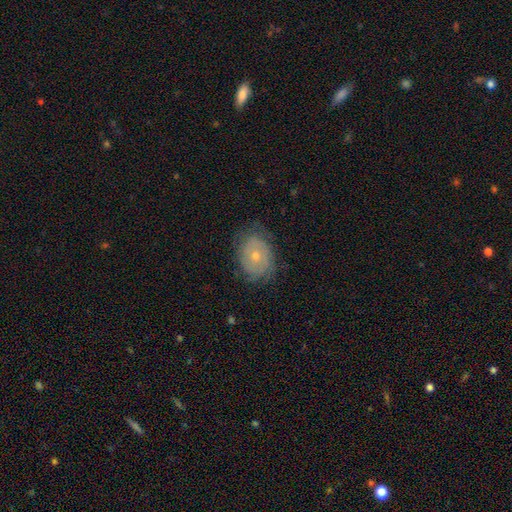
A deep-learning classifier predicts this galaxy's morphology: Smooth or featured?
  - featured or disk: 56% *
  - smooth: 36%
  - star or artifact: 8%
Edge-on disk?
  - no: 95% *
  - yes: 5%
Bar?
  - no: 86% *
  - weak: 12%
  - strong: 2%
Spiral arms?
  - yes: 62% *
  - no: 38%
Bulge size?
  - small: 51% *
  - moderate: 45%
  - large: 1%
  - none: 1%
  - dominant: 1%
Merging?
  - none: 74% *
  - minor disturbance: 19%
  - major disturbance: 6%
  - merger: 1%